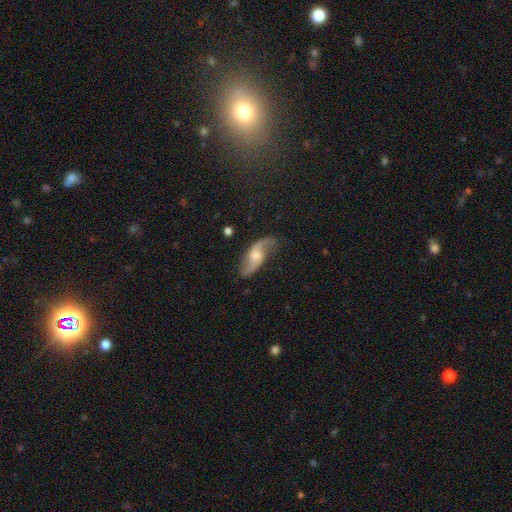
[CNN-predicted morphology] Overall: featured or disk (82%). Edge-on disk: no (93%). Bar: no (56%; weak 37%). Spiral arms: yes (95%). Spiral arm count: 2 (91%). Spiral winding: loose (75%). Bulge size: moderate (51%; small 28%). Merging: none (76%).